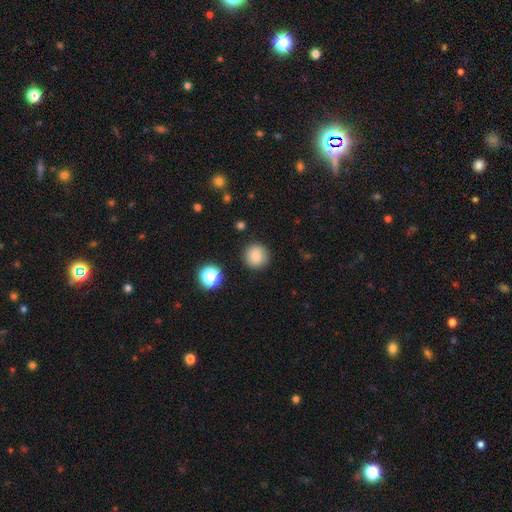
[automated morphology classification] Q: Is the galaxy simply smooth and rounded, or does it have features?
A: smooth — 85%.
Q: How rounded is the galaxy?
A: round — 93%.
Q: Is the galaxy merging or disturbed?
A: none — 89%.